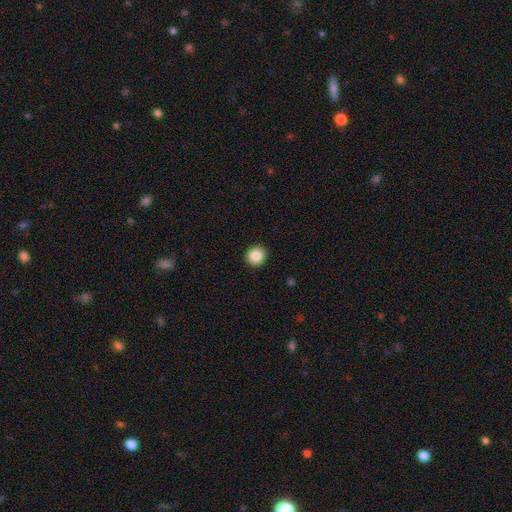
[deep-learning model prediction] Q: Smooth or featured?
A: smooth (87%); runner-up: star or artifact (9%)
Q: How rounded?
A: round (88%); runner-up: in between (11%)
Q: Merging?
A: none (92%); runner-up: minor disturbance (5%)